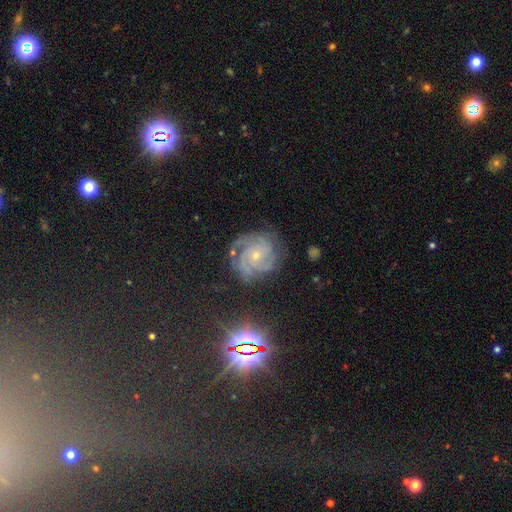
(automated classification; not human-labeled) Smooth or featured: featured or disk — 82% (star or artifact — 10%)
Edge-on disk: no — 98% (yes — 2%)
Bar: no — 76% (weak — 19%)
Spiral arms: yes — 98% (no — 2%)
Spiral winding: tight — 66% (medium — 29%)
Spiral arm count: 3 — 41% (4 — 18%)
Bulge size: small — 74% (moderate — 22%)
Merging: none — 73% (minor disturbance — 19%)